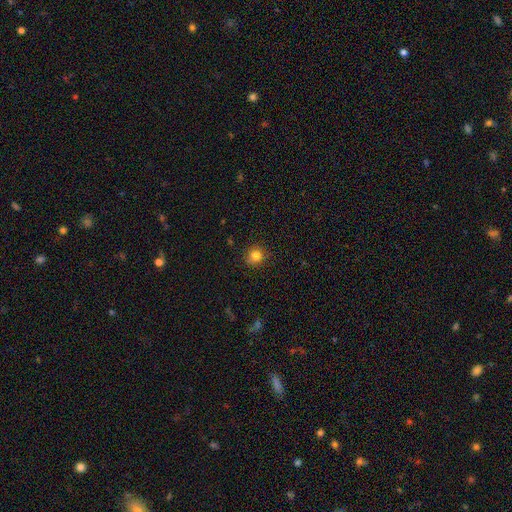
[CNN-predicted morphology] The model was most divided on "smooth or featured": smooth: 82%, star or artifact: 12%, featured or disk: 6%. More confident: how rounded — round (89%); merging — none (85%).